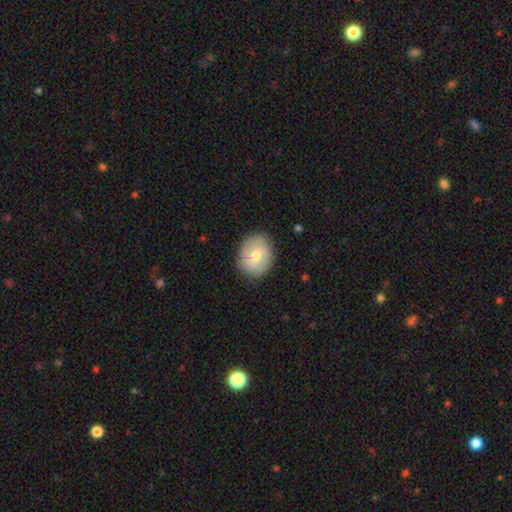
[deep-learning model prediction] smooth 60%, featured or disk 33%, star or artifact 7%. Down the decision tree: how rounded — round (50%); merging — none (81%).